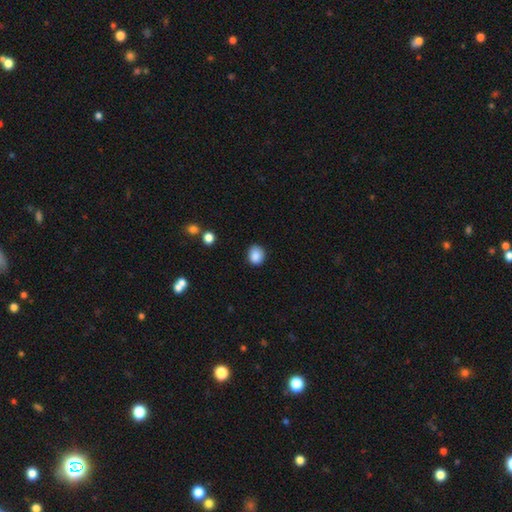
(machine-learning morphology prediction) Smooth or featured? Predicted: smooth (p=0.87). How rounded? Predicted: round (p=0.72). Merging? Predicted: none (p=0.82).